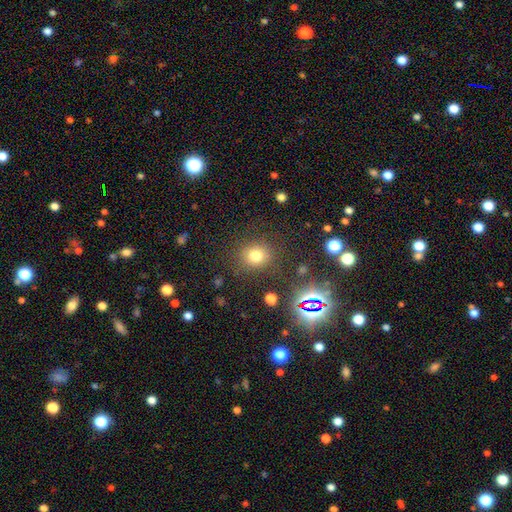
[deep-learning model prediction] Overall: smooth (74%). How rounded: round (82%). Merging: none (84%).